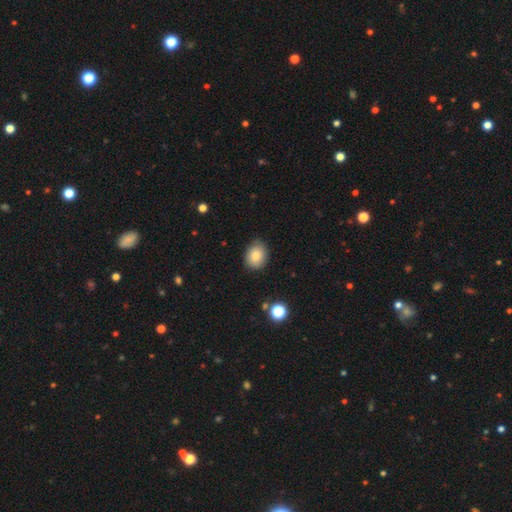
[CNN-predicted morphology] Smooth or featured: smooth — 84% (star or artifact — 9%)
How rounded: in between — 53% (round — 46%)
Merging: none — 80% (minor disturbance — 16%)